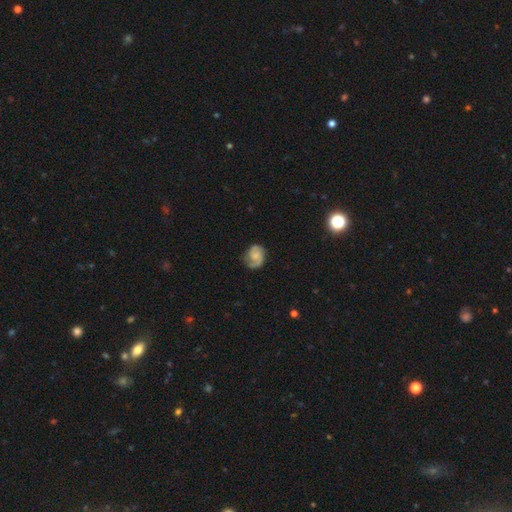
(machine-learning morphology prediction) A featured or disk galaxy (69%) with no bar (63%), 2 (74%) medium (47%) spiral arms (94%) and a small central bulge (43%). Merging: none (67%).